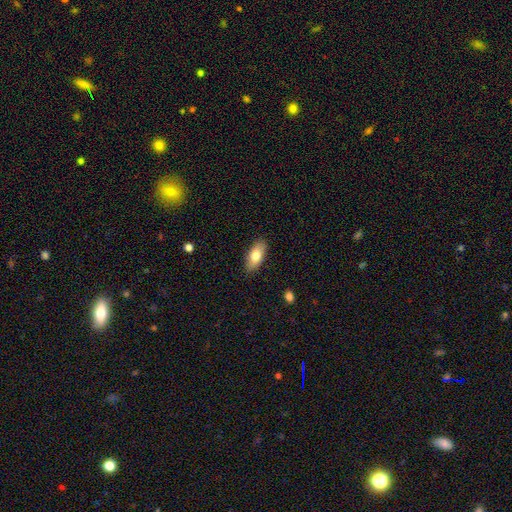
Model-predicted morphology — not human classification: smooth 78%, featured or disk 16%, star or artifact 6%. Down the decision tree: how rounded — in between (87%); merging — none (87%).